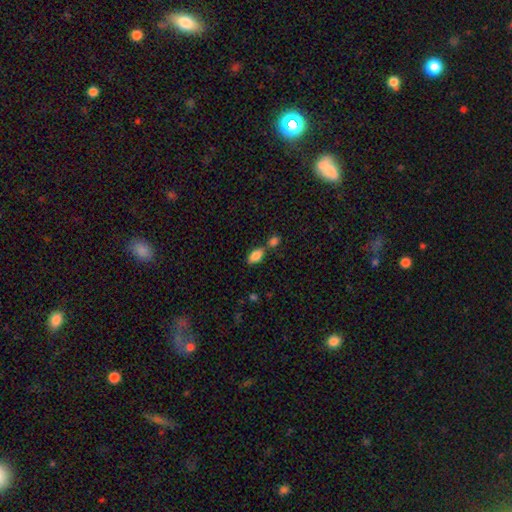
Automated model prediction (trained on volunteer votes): A smooth galaxy with no disk features (85%) that is in between round and cigar-shaped (91%). Merging: none (53%).